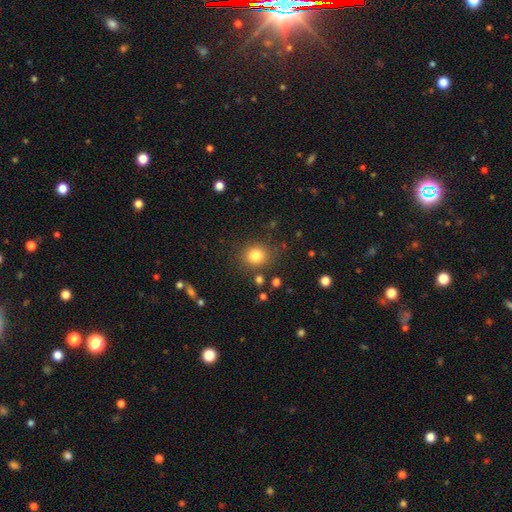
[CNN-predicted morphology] A smooth galaxy with no disk features (81%) that is round (82%).

Vote fractions:
- Smooth or featured? smooth: 81% / star or artifact: 12% / featured or disk: 7%
- How rounded? round: 82% / in between: 17% / cigar-shaped: 1%
- Merging? none: 83% / minor disturbance: 10% / major disturbance: 4% / merger: 4%